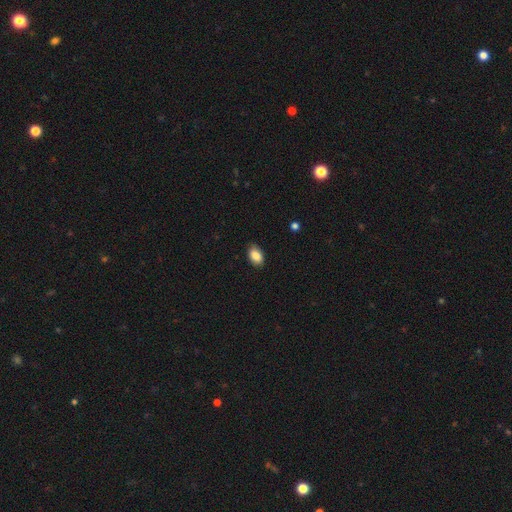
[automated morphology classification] This is clearly a smooth galaxy (86%). How rounded: clearly in between (89%). Merging: clearly none (84%).